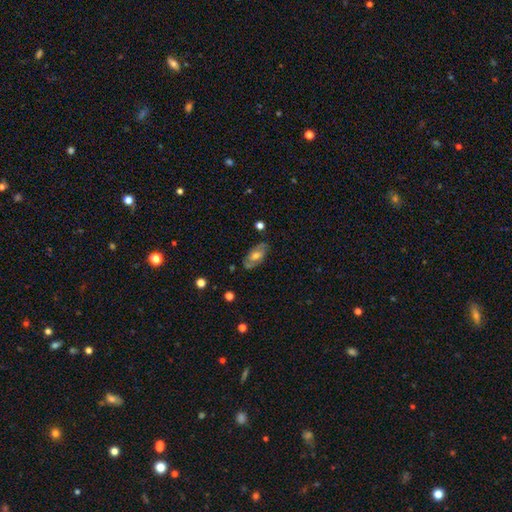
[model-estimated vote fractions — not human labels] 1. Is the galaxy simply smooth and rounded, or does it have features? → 57% featured or disk, 35% smooth, 8% star or artifact.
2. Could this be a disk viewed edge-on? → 87% no, 13% yes.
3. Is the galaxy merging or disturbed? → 78% none, 16% minor disturbance, 5% major disturbance, 2% merger.